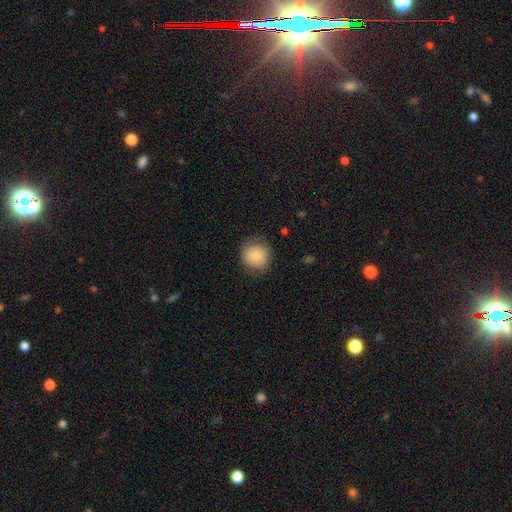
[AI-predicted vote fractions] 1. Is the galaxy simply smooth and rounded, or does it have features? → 79% smooth, 14% featured or disk, 8% star or artifact.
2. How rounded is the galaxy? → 90% round, 9% in between, 1% cigar-shaped.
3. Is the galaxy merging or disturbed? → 78% none, 15% minor disturbance, 5% major disturbance, 1% merger.